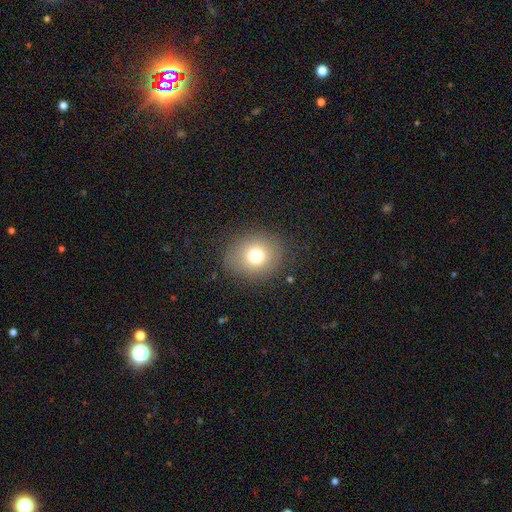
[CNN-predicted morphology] This appears to be a smooth galaxy with no disk features (74%) that is round (70%). Merging: none (85%).